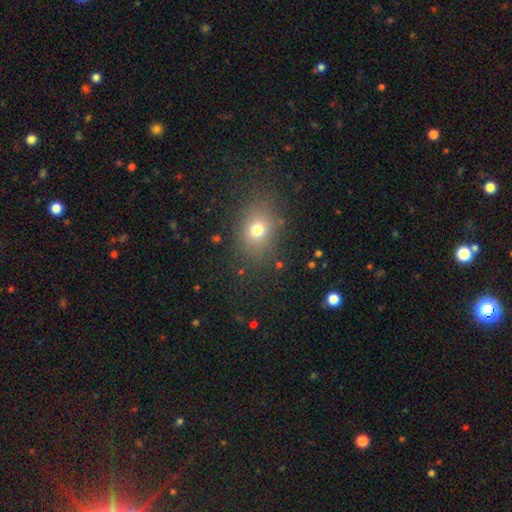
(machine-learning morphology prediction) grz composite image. It shows a smooth galaxy with no disk features (66%) that is in between round and cigar-shaped (55%). Merging: none (85%).